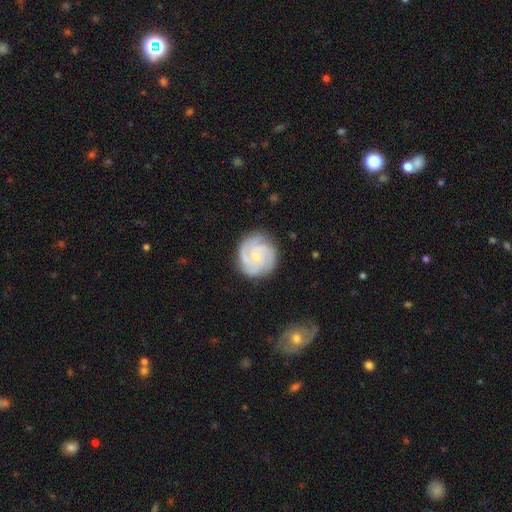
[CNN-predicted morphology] A featured or disk galaxy (84%) with no bar (69%), 3 (47%) tight (67%) spiral arms (98%) and a small central bulge (75%). Merging: none (82%).